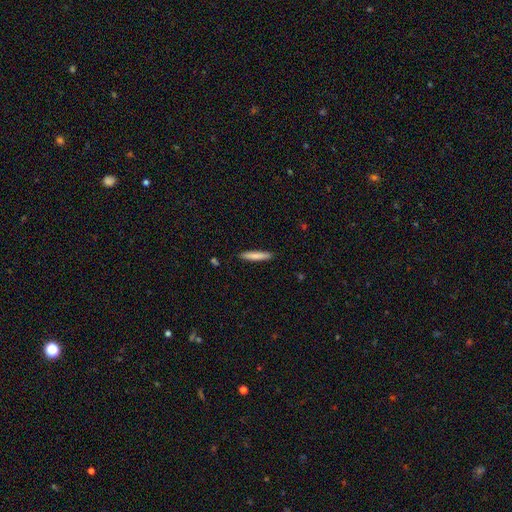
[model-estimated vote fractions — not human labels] smooth_or_featured: smooth (p=0.79) [alt: featured or disk p=0.15]
how_rounded: cigar-shaped (p=0.91) [alt: in between p=0.07]
merging: none (p=0.90) [alt: minor disturbance p=0.08]